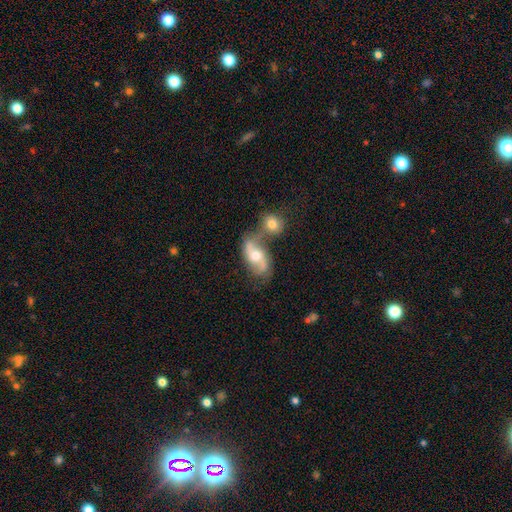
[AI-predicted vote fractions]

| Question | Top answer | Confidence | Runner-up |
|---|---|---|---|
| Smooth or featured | featured or disk | 62% | smooth (30%) |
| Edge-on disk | no | 94% | yes (6%) |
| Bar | no | 58% | weak (31%) |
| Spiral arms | yes | 82% | no (18%) |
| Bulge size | moderate | 69% | small (21%) |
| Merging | merger | 48% | none (31%) |